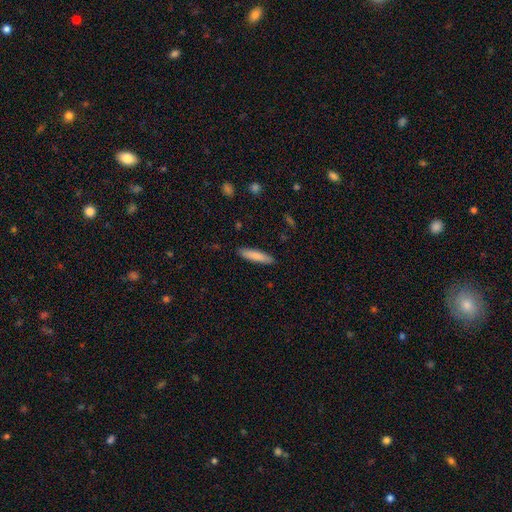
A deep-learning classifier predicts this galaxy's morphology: The model was most divided on "how rounded": cigar-shaped: 81%, in between: 18%, round: 1%. More confident: merging — none (90%); smooth or featured — smooth (82%).